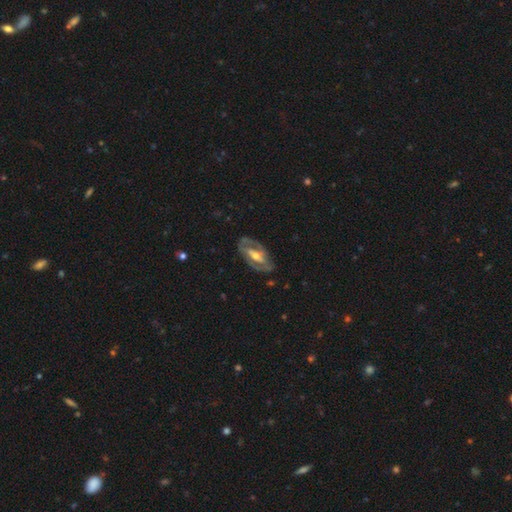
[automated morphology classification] A featured or disk galaxy (79%) with a strong bar (42%), 2 (77%) medium (43%) spiral arms (73%) and a moderate central bulge (61%). Merging: none (76%).